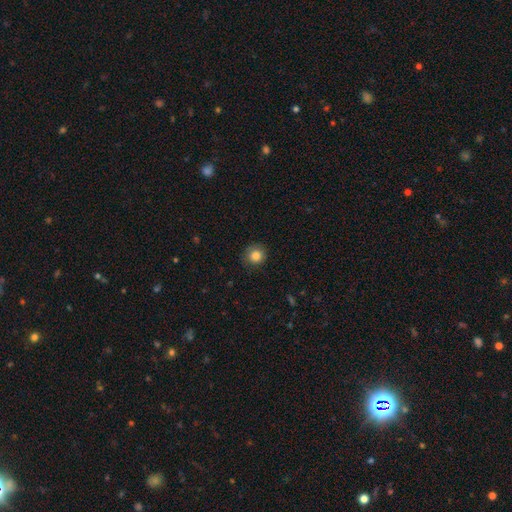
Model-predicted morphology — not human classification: A smooth galaxy with no disk features (84%) that is round (92%).

Vote fractions:
- Smooth or featured? smooth: 84% / star or artifact: 10% / featured or disk: 6%
- How rounded? round: 92% / in between: 7% / cigar-shaped: 1%
- Merging? none: 85% / minor disturbance: 11% / major disturbance: 3% / merger: 1%